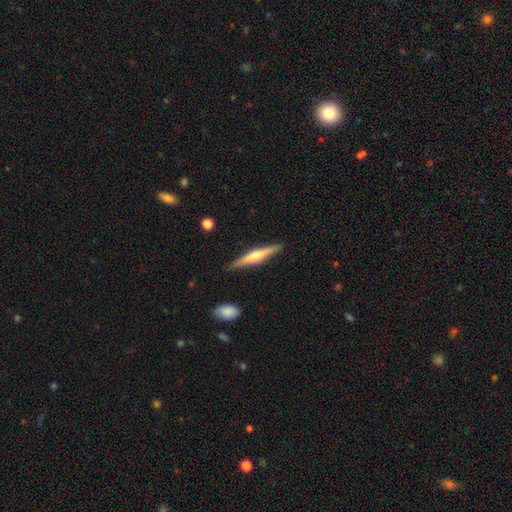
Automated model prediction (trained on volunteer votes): A featured or disk galaxy (60%) viewed edge-on (97%) with a rounded central bulge (81%).

Vote fractions:
- Smooth or featured? featured or disk: 60% / smooth: 34% / star or artifact: 6%
- Edge-on disk? yes: 97% / no: 3%
- Edge-on bulge? rounded: 81% / none: 11% / boxy: 8%
- Merging? none: 89% / minor disturbance: 8% / major disturbance: 2% / merger: 1%